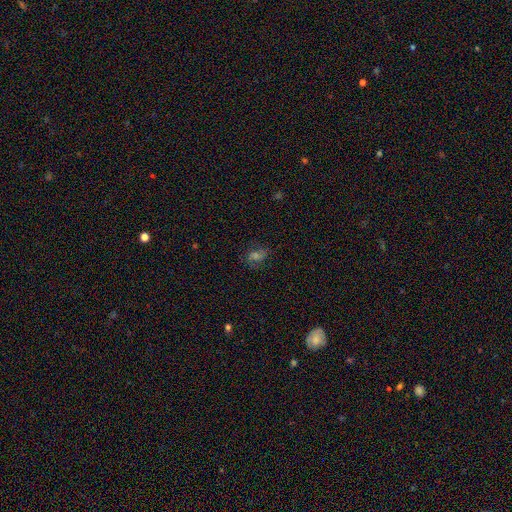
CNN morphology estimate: Smooth or featured? Predicted: featured or disk (p=0.37). Merging? Predicted: none (p=0.72).